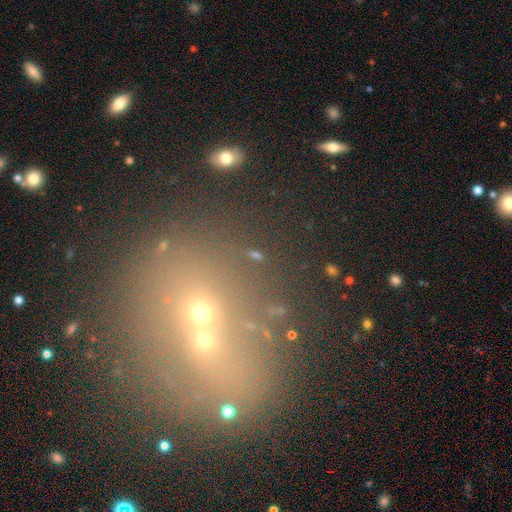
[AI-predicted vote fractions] A star or artifact, not a galaxy (42%).

Vote fractions:
- Smooth or featured? star or artifact: 42% / smooth: 41% / featured or disk: 17%